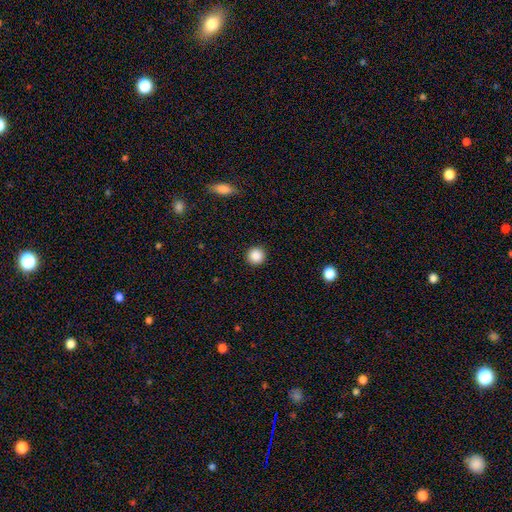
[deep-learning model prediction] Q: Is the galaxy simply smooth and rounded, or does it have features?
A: smooth — 88%.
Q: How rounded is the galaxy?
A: round — 95%.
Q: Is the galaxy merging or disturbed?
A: none — 93%.